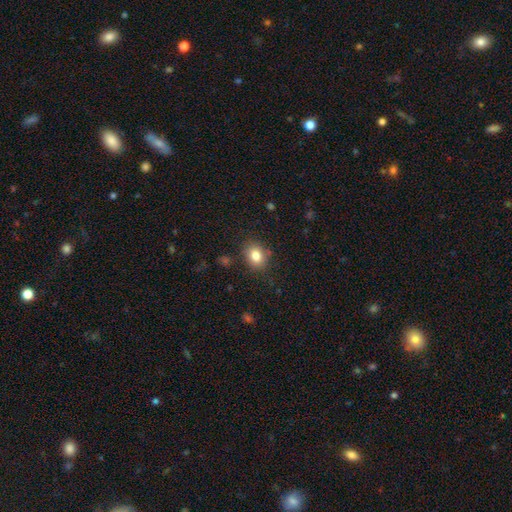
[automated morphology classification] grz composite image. It shows a smooth galaxy with no disk features (82%) that is round (51%). Merging: none (84%).